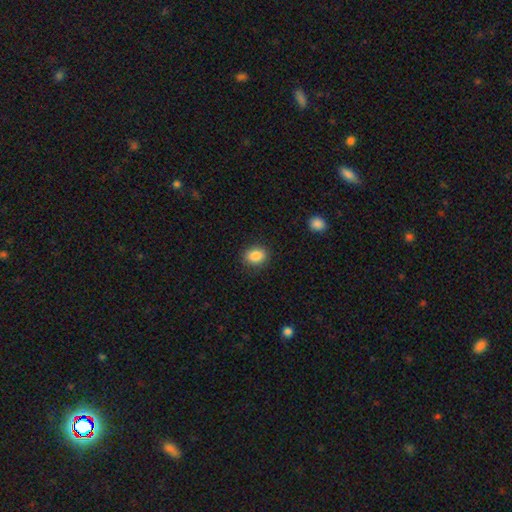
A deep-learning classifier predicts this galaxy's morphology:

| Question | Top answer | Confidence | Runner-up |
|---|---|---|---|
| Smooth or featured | smooth | 87% | star or artifact (9%) |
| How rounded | in between | 58% | round (41%) |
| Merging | none | 87% | minor disturbance (9%) |